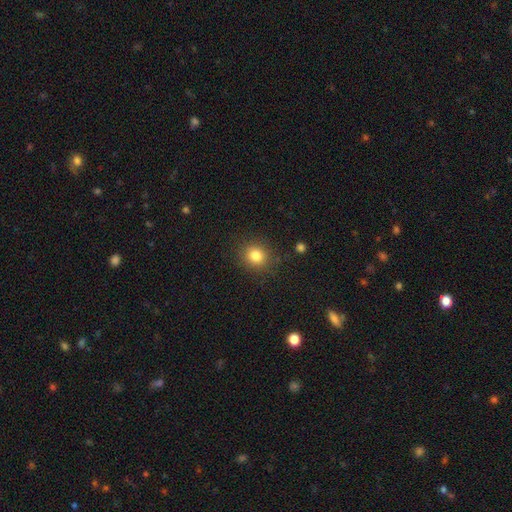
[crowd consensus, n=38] Smooth or featured? 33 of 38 (87%) said smooth. How rounded? 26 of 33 (79%) said round. Merging? 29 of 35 (83%) said none.